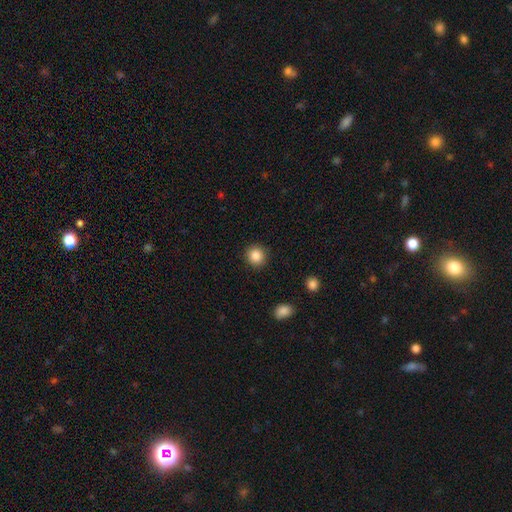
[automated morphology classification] Smooth or featured? smooth (86%)
How rounded? round (91%)
Merging? none (92%)